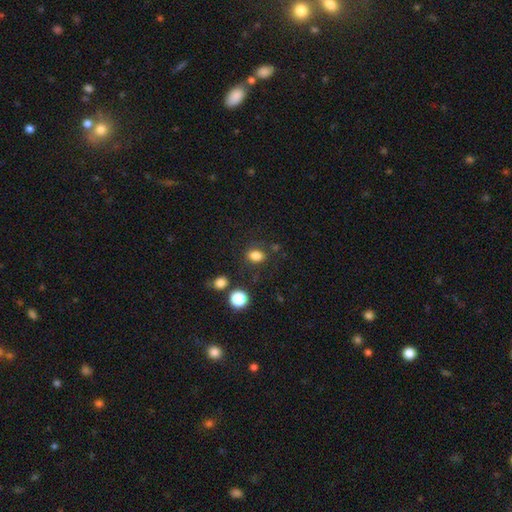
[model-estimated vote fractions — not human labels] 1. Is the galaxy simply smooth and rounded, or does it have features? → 82% smooth, 12% star or artifact, 5% featured or disk.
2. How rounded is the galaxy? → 66% in between, 33% round, 1% cigar-shaped.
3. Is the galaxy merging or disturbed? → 75% none, 14% minor disturbance, 5% major disturbance, 5% merger.